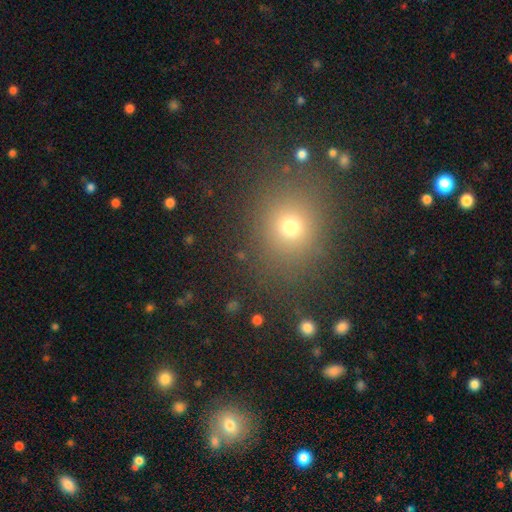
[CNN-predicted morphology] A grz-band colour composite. It shows a smooth galaxy with no disk features (58%) that is round (73%). Merging: none (88%).